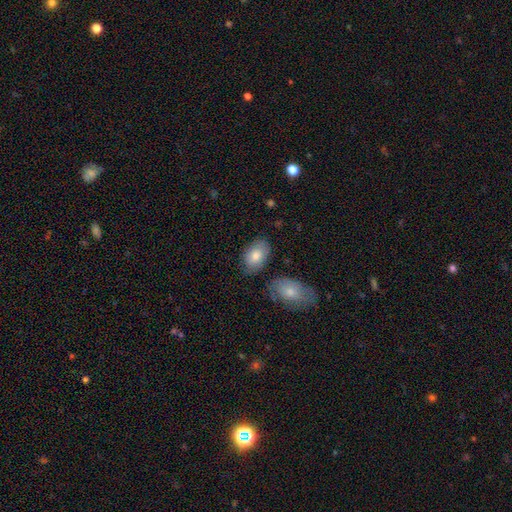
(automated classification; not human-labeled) Morphology: type=smooth (81%); roundness=in between (92%); merging=none (74%).